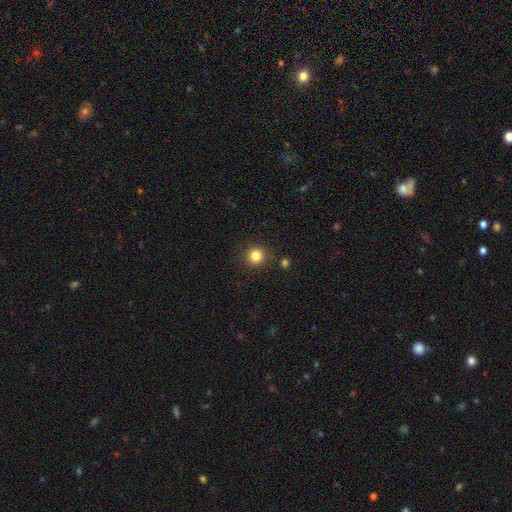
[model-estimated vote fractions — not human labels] Smooth or featured?
  - smooth: 84% *
  - star or artifact: 11%
  - featured or disk: 5%
How rounded?
  - round: 89% *
  - in between: 10%
  - cigar-shaped: 1%
Merging?
  - none: 86% *
  - minor disturbance: 8%
  - merger: 3%
  - major disturbance: 3%